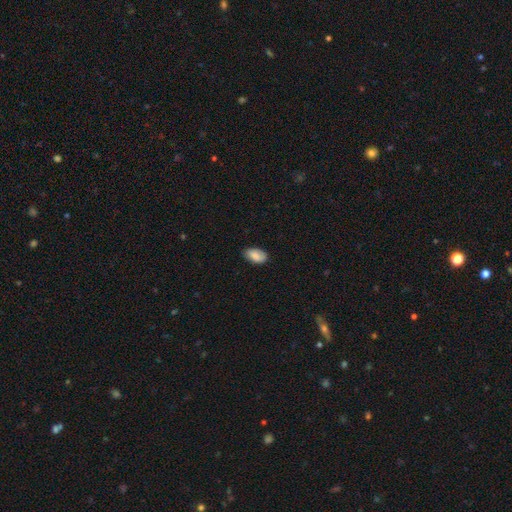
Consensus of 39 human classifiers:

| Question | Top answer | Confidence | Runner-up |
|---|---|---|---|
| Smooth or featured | smooth | 95% | featured or disk (5%) |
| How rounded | in between | 95% | round (3%) |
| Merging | none | 74% | minor disturbance (21%) |